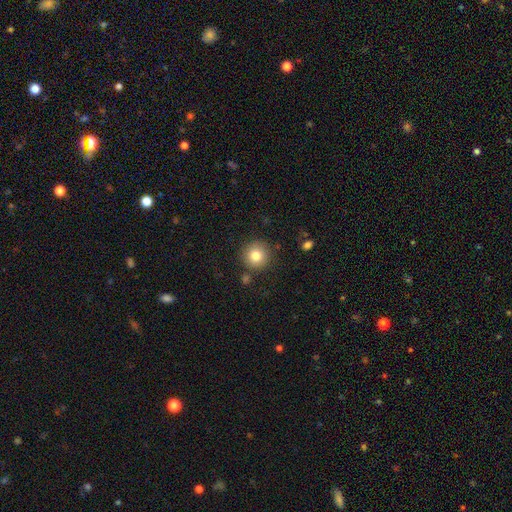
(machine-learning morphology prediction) This appears to be a smooth galaxy with no disk features (81%) that is round (95%). Merging: none (86%).